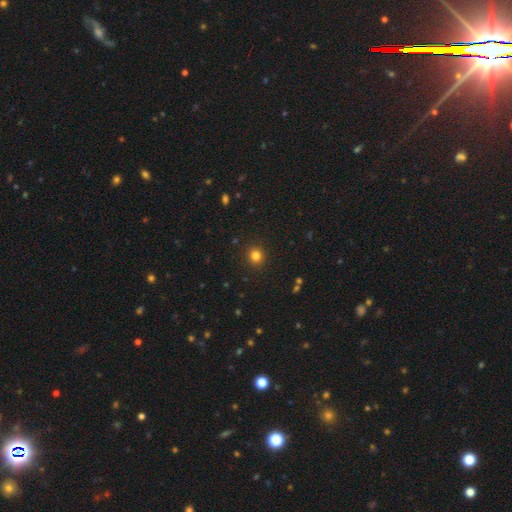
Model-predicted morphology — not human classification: smooth 81%, star or artifact 14%, featured or disk 5%. Down the decision tree: how rounded — round (91%); merging — none (91%).